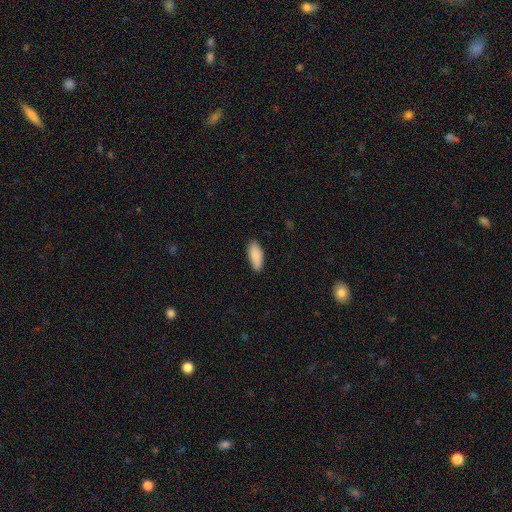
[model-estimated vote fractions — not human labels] Q: Smooth or featured?
A: smooth (89%); runner-up: star or artifact (6%)
Q: How rounded?
A: in between (82%); runner-up: cigar-shaped (16%)
Q: Merging?
A: none (83%); runner-up: minor disturbance (14%)